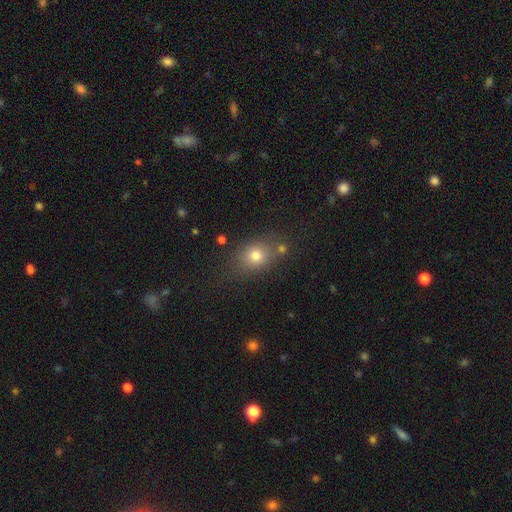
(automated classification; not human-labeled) smooth_or_featured: smooth (p=0.75) [alt: star or artifact p=0.14]
how_rounded: in between (p=0.51) [alt: round p=0.47]
merging: none (p=0.69) [alt: minor disturbance p=0.15]